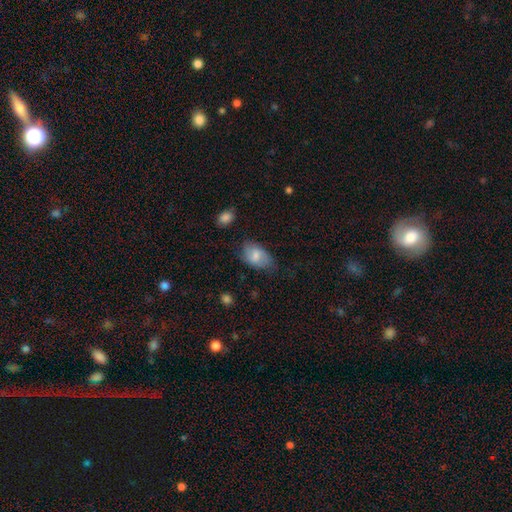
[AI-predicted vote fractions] smooth-or-featured: smooth: 73% | featured or disk: 20% | star or artifact: 7%
  how-rounded: in between: 92% | round: 7% | cigar-shaped: 2%
  merging: none: 60% | minor disturbance: 31% | major disturbance: 8% | merger: 2%